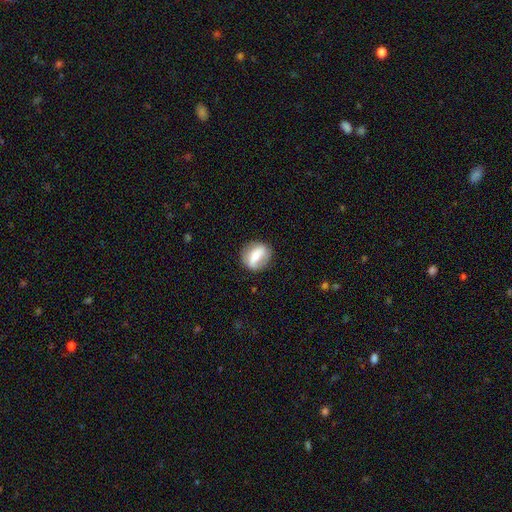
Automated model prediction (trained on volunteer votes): This is possibly a smooth galaxy (48%). Merging: clearly none (80%).